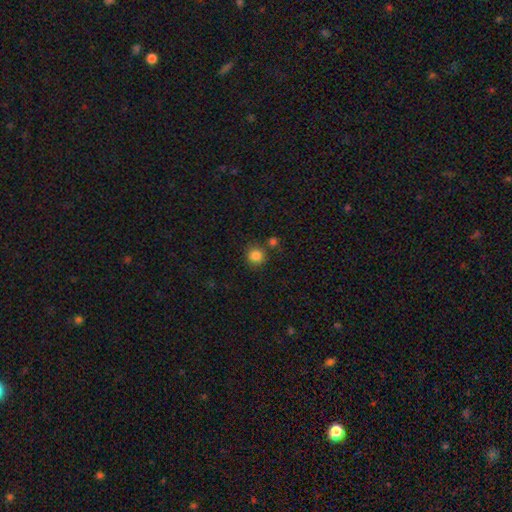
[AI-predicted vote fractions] Morphology: type=smooth (85%); roundness=round (92%); merging=none (79%).